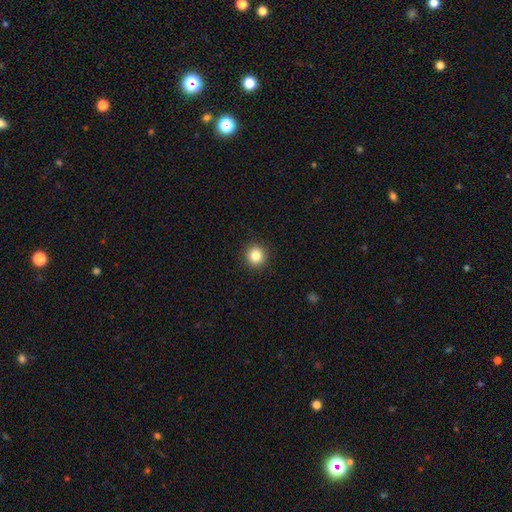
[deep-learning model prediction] Overall: smooth (84%). How rounded: round (95%). Merging: none (93%).